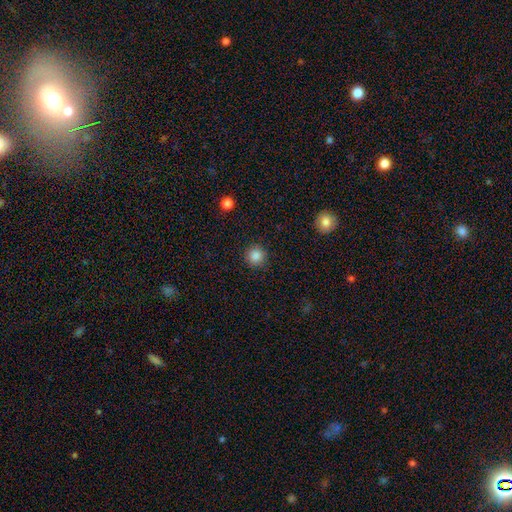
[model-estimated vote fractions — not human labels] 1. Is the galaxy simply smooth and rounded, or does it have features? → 86% smooth, 11% star or artifact, 4% featured or disk.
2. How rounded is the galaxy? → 94% round, 5% in between, 1% cigar-shaped.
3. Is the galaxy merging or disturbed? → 90% none, 6% minor disturbance, 2% major disturbance, 1% merger.